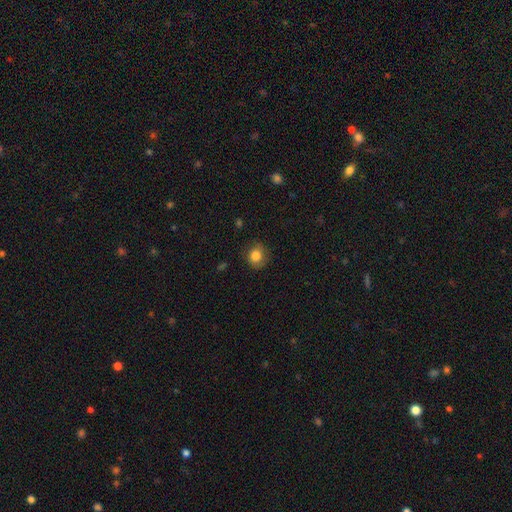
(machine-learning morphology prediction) type=smooth (83%); roundness=round (79%); merging=none (79%).